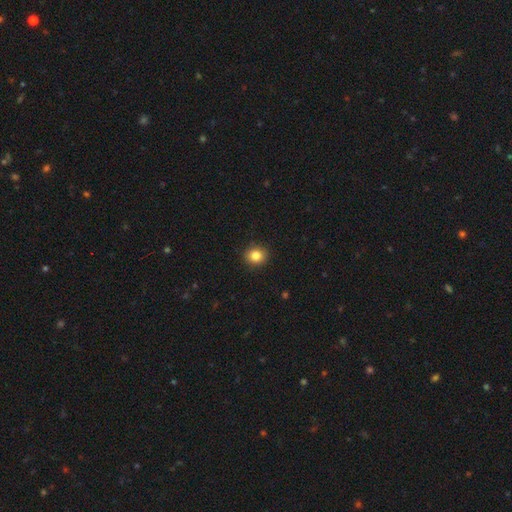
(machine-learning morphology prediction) Smooth or featured? smooth (85%)
How rounded? round (79%)
Merging? none (91%)